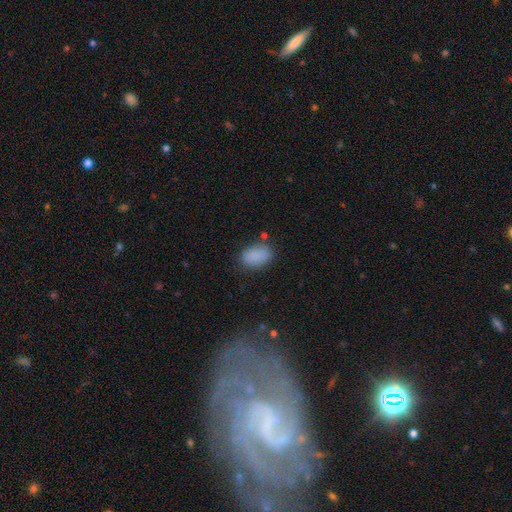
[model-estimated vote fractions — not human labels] A smooth galaxy with no disk features (86%) that is in between round and cigar-shaped (89%). Merging: none (76%).